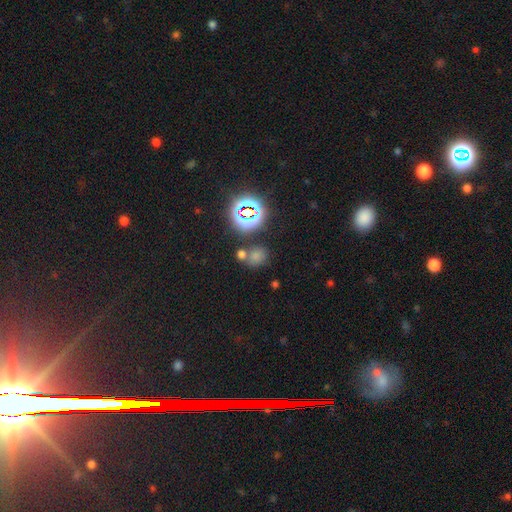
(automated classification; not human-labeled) This is likely a smooth galaxy (62%). How rounded: likely round (61%). Merging: possibly none (57%).